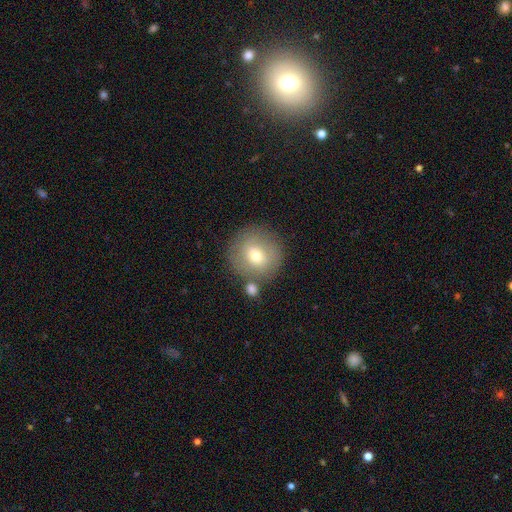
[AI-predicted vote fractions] Q: Smooth or featured?
A: smooth (70%); runner-up: featured or disk (21%)
Q: How rounded?
A: round (93%); runner-up: in between (6%)
Q: Merging?
A: none (74%); runner-up: minor disturbance (11%)